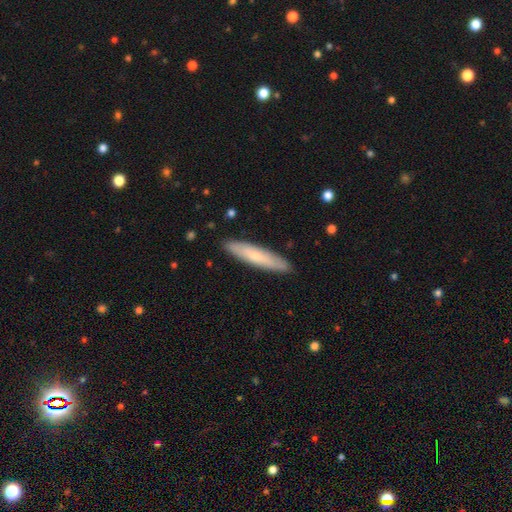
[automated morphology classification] This appears to be a smooth galaxy with no disk features (64%) that is cigar-shaped (88%). Merging: none (90%).